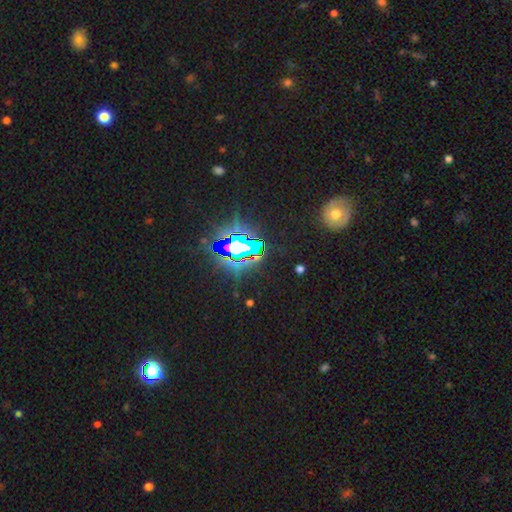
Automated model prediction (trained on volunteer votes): star or artifact 79%, smooth 11%, featured or disk 10%.